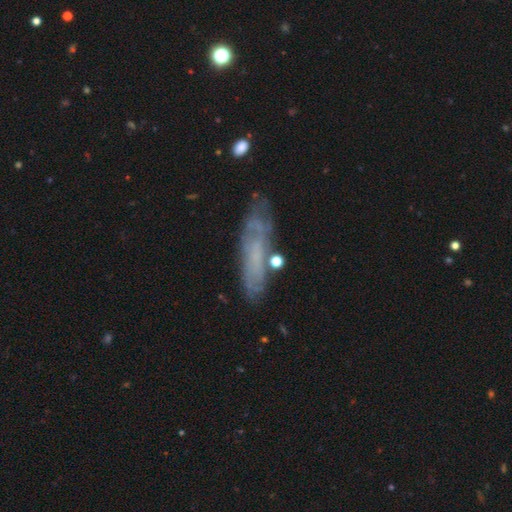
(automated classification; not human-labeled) Q: Smooth or featured?
A: featured or disk (53%); runner-up: smooth (38%)
Q: Edge-on disk?
A: no (66%); runner-up: yes (34%)
Q: Merging?
A: none (63%); runner-up: minor disturbance (23%)